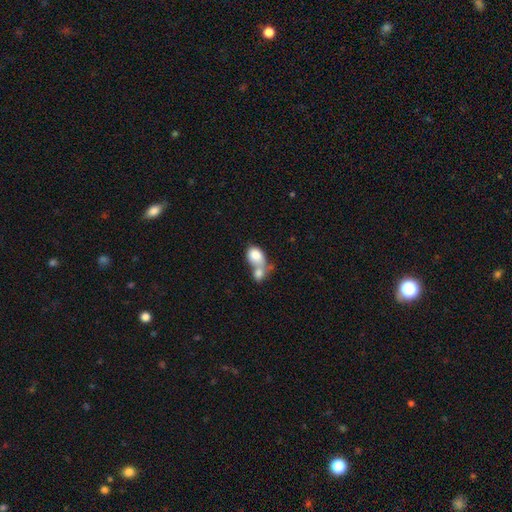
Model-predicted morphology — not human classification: A smooth galaxy with no disk features (80%) that is in between round and cigar-shaped (68%). Merging: merger (73%).